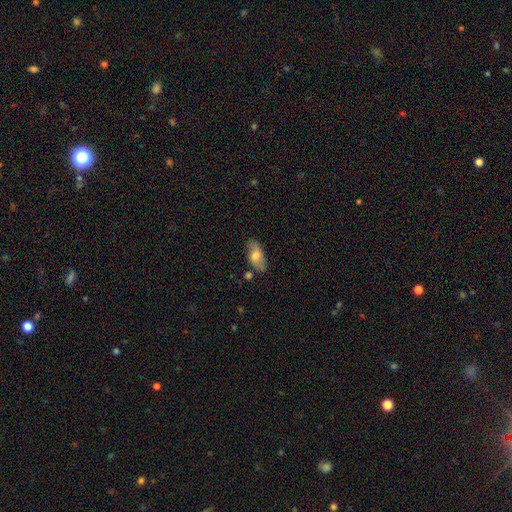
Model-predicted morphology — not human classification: Smooth or featured? smooth (65%)
How rounded? in between (89%)
Merging? none (73%)